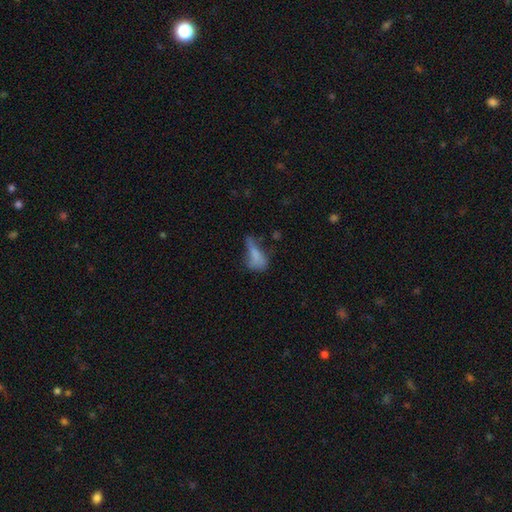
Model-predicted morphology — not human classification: This appears to be a smooth galaxy with no disk features (65%) that is in between round and cigar-shaped (70%). Merging: major disturbance (37%).